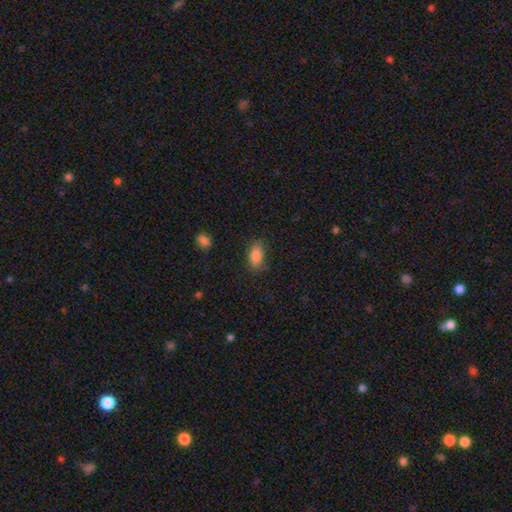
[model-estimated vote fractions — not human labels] Smooth or featured? Predicted: smooth (p=0.86). How rounded? Predicted: in between (p=0.90). Merging? Predicted: none (p=0.74).